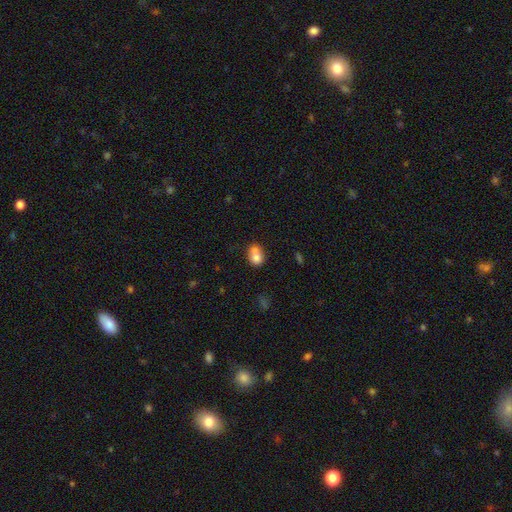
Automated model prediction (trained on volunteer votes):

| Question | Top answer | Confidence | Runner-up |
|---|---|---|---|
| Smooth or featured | smooth | 74% | featured or disk (17%) |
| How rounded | in between | 53% | round (46%) |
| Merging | merger | 54% | none (29%) |